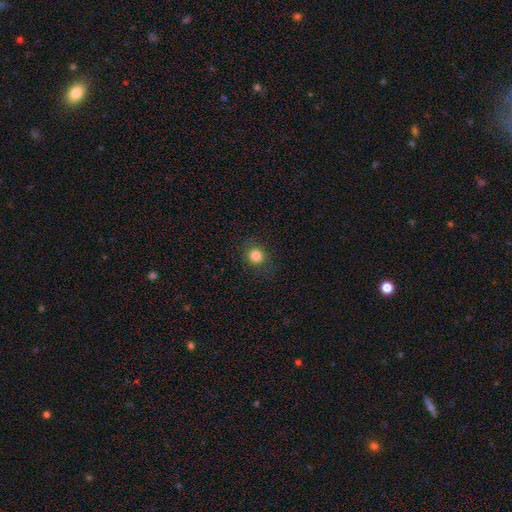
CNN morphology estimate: Overall: smooth (83%). How rounded: round (89%). Merging: none (87%).